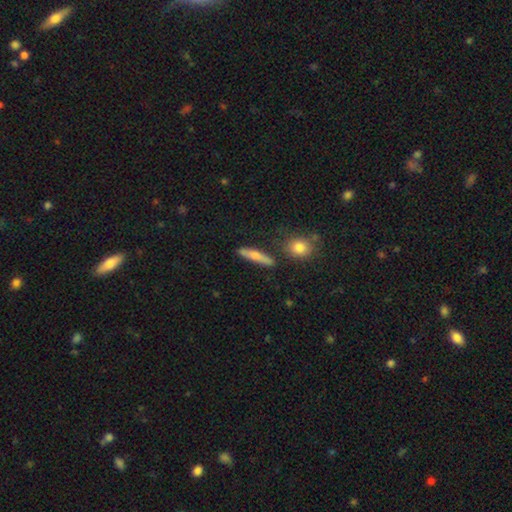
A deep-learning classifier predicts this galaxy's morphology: Smooth or featured? Predicted: smooth (p=0.67). How rounded? Predicted: cigar-shaped (p=0.80). Merging? Predicted: none (p=0.79).